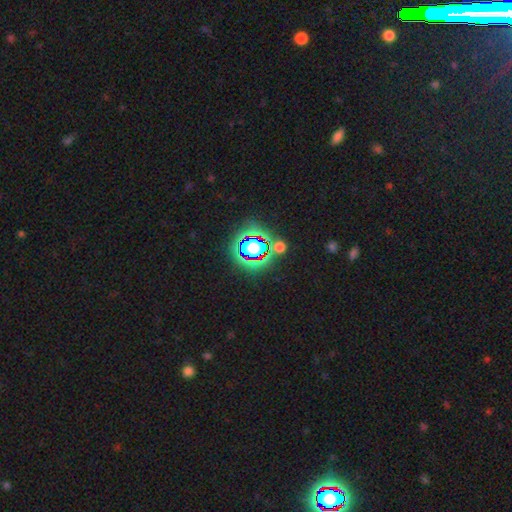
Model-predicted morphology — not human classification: smooth_or_featured: star or artifact (p=0.79) [alt: smooth p=0.13]